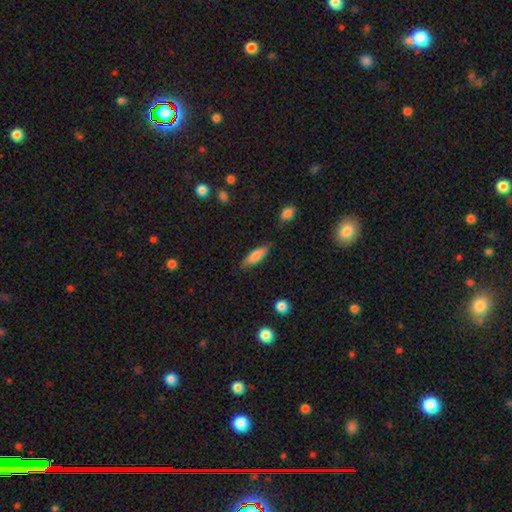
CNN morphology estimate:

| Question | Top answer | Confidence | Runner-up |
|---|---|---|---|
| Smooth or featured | smooth | 77% | featured or disk (17%) |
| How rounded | cigar-shaped | 56% | in between (42%) |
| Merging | none | 80% | minor disturbance (15%) |